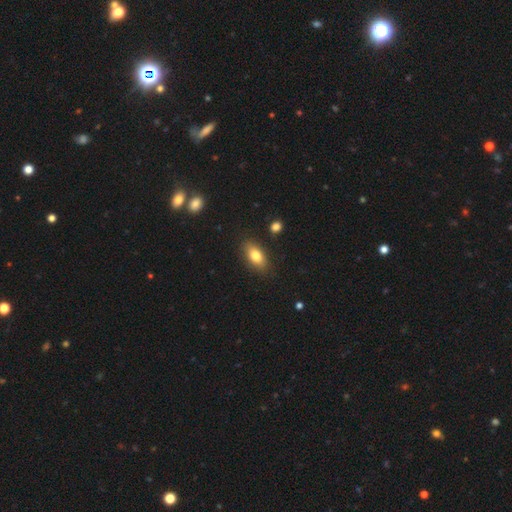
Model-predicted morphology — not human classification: This appears to be a smooth galaxy with no disk features (79%) that is in between round and cigar-shaped (87%). Merging: none (85%).